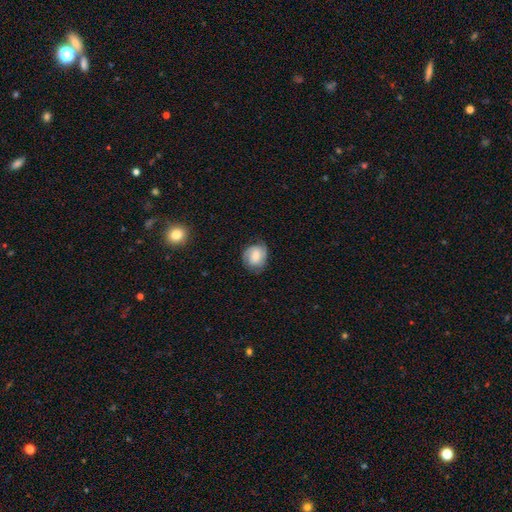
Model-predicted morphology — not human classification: This appears to be a featured or disk galaxy (51%). Merging: none (70%).